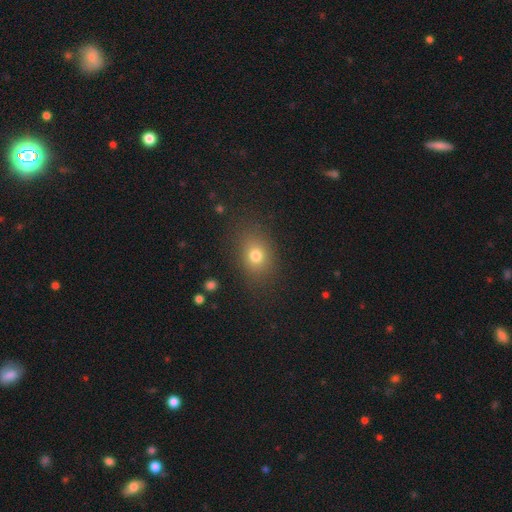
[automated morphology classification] Smooth or featured?
  - smooth: 76% *
  - star or artifact: 14%
  - featured or disk: 11%
How rounded?
  - in between: 58% *
  - round: 41%
  - cigar-shaped: 1%
Merging?
  - none: 81% *
  - minor disturbance: 12%
  - major disturbance: 5%
  - merger: 2%